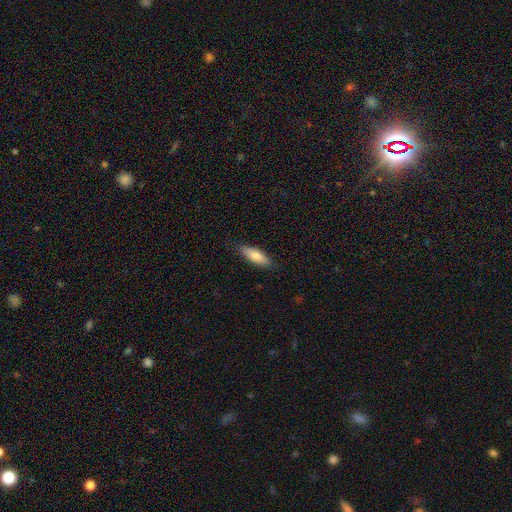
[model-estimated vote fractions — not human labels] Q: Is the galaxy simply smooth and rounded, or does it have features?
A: smooth — 81%.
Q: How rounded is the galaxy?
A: in between — 56%.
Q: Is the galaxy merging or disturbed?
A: none — 85%.